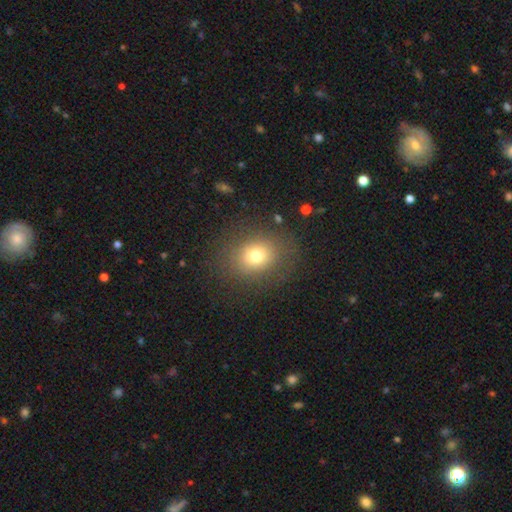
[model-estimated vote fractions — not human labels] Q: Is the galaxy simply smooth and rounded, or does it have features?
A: smooth — 74%.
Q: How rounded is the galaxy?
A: round — 60%.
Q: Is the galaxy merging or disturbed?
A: none — 82%.